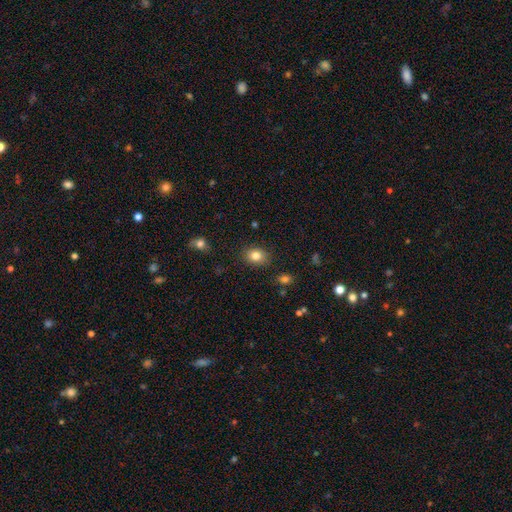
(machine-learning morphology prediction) Overall: smooth (83%). How rounded: in between (50%; round 49%). Merging: none (86%).